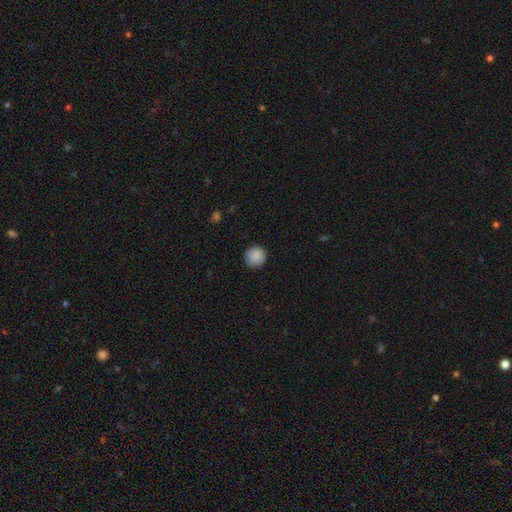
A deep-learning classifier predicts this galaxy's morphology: smooth_or_featured: smooth (p=0.89) [alt: star or artifact p=0.08]
how_rounded: round (p=0.93) [alt: in between p=0.06]
merging: none (p=0.87) [alt: minor disturbance p=0.10]